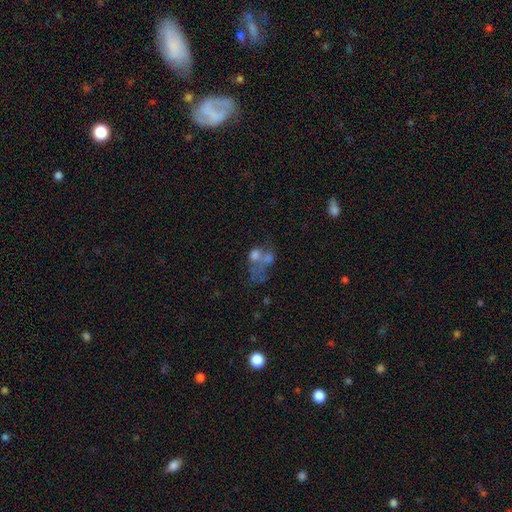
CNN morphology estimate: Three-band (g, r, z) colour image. It shows a smooth galaxy with no disk features (48%). Merging: merger (53%).